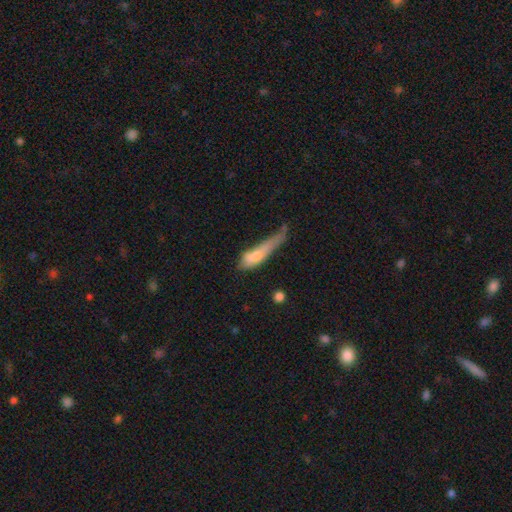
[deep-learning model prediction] Q: Smooth or featured?
A: smooth (64%); runner-up: featured or disk (27%)
Q: How rounded?
A: cigar-shaped (70%); runner-up: in between (26%)
Q: Merging?
A: major disturbance (38%); runner-up: minor disturbance (29%)